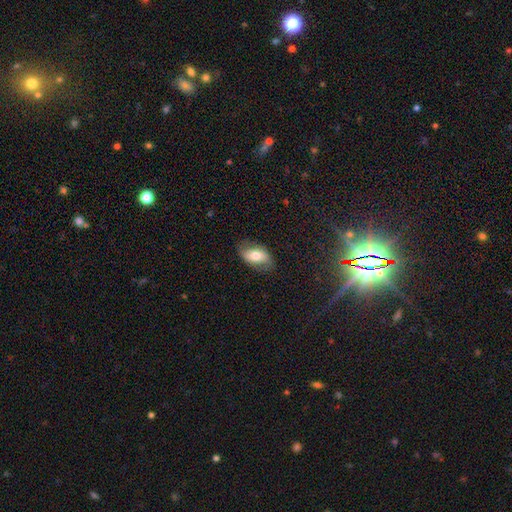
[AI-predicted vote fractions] Smooth or featured? Predicted: smooth (p=0.59). How rounded? Predicted: in between (p=0.90). Merging? Predicted: none (p=0.73).